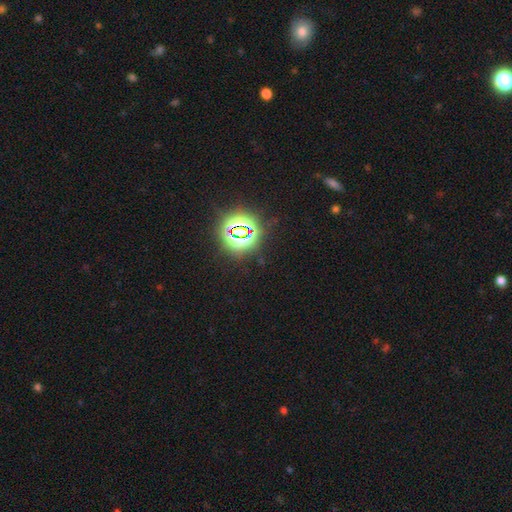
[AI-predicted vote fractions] The model was most divided on "smooth or featured": star or artifact: 82%, smooth: 13%, featured or disk: 5%.